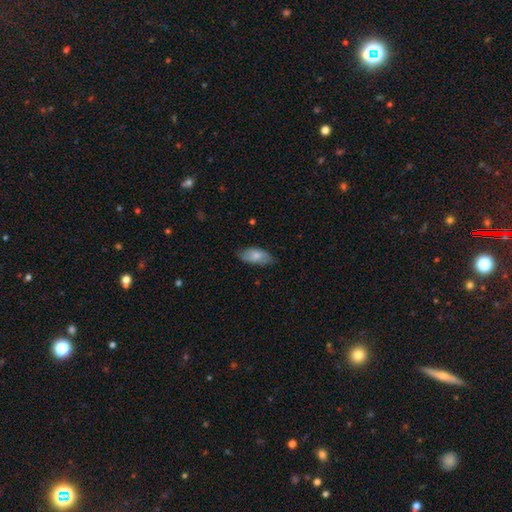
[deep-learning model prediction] Smooth or featured?
  - smooth: 76% *
  - featured or disk: 18%
  - star or artifact: 6%
How rounded?
  - in between: 90% *
  - cigar-shaped: 7%
  - round: 2%
Merging?
  - none: 74% *
  - minor disturbance: 21%
  - major disturbance: 4%
  - merger: 1%